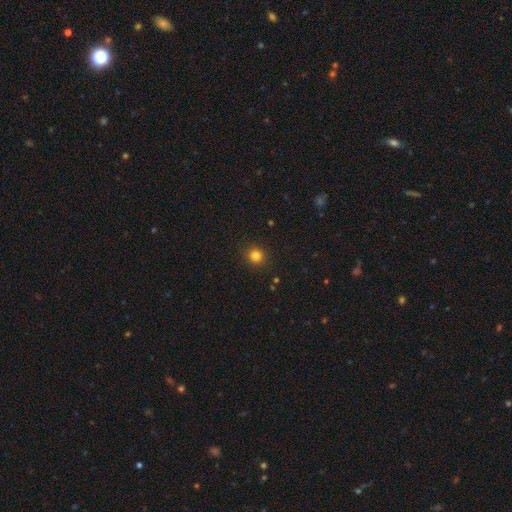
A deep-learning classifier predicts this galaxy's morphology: type=smooth (82%); roundness=round (92%); merging=none (92%).